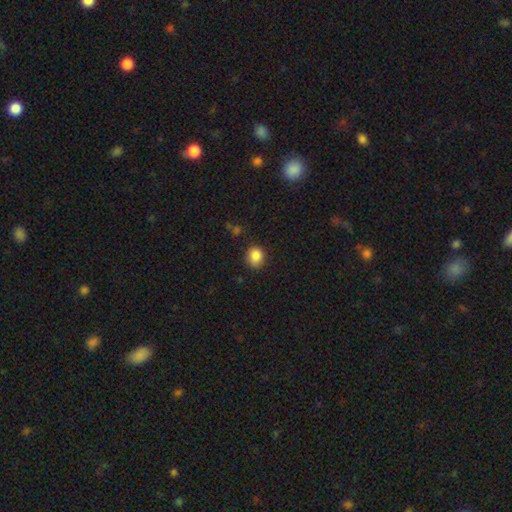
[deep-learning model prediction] This is clearly a smooth galaxy (86%). How rounded: likely round (69%). Merging: clearly none (82%).